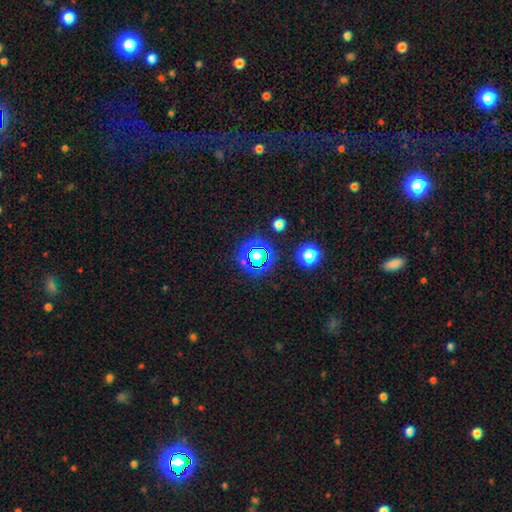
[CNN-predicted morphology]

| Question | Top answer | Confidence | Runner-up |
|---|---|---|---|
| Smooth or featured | star or artifact | 61% | smooth (28%) |